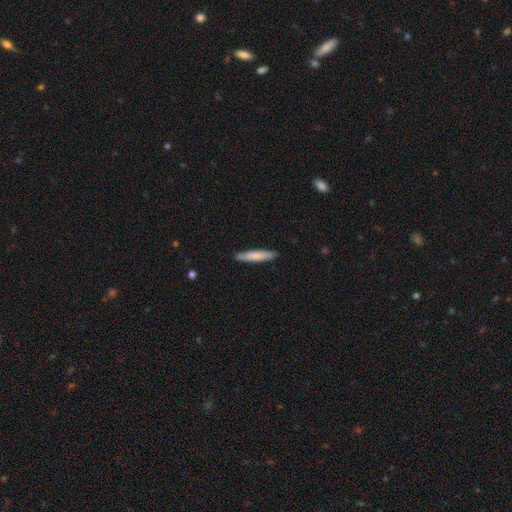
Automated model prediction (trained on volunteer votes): Smooth or featured? smooth (74%)
How rounded? cigar-shaped (92%)
Merging? none (88%)